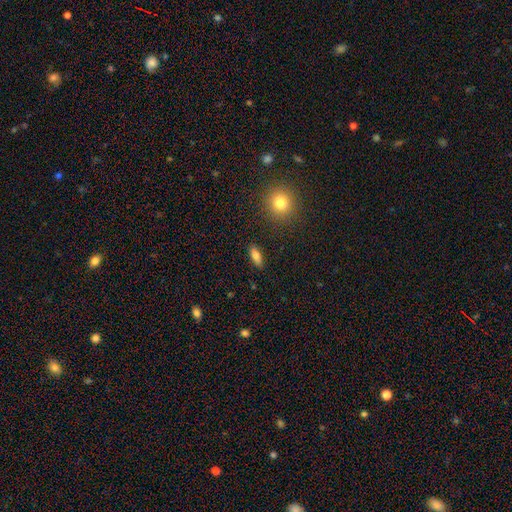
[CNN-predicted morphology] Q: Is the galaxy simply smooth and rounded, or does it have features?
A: smooth — 78%.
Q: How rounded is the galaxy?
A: in between — 73%.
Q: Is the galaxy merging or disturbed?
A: none — 88%.